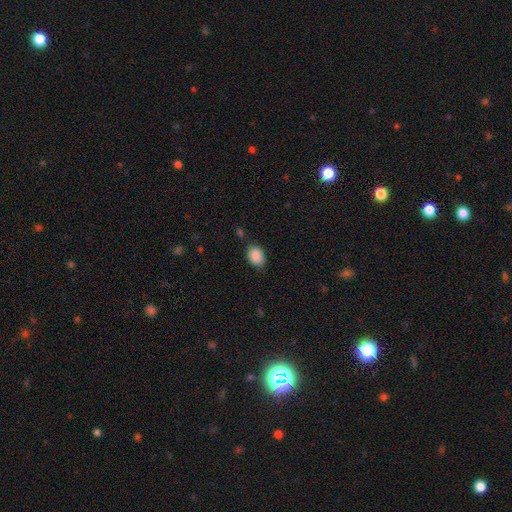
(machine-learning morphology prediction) Smooth or featured: smooth — 88% (star or artifact — 8%)
How rounded: in between — 75% (round — 24%)
Merging: none — 79% (minor disturbance — 15%)